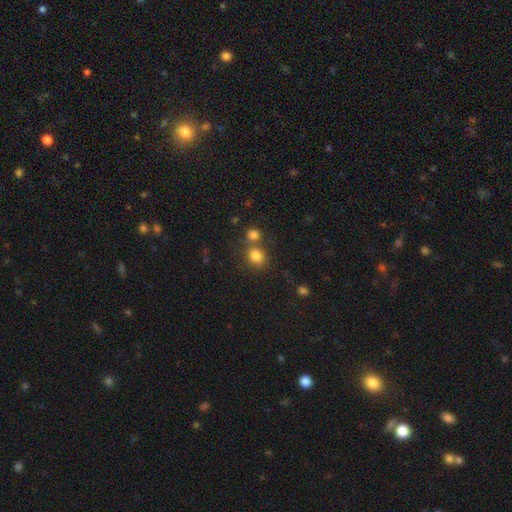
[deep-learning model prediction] Smooth or featured? smooth (82%)
How rounded? round (68%)
Merging? none (61%)